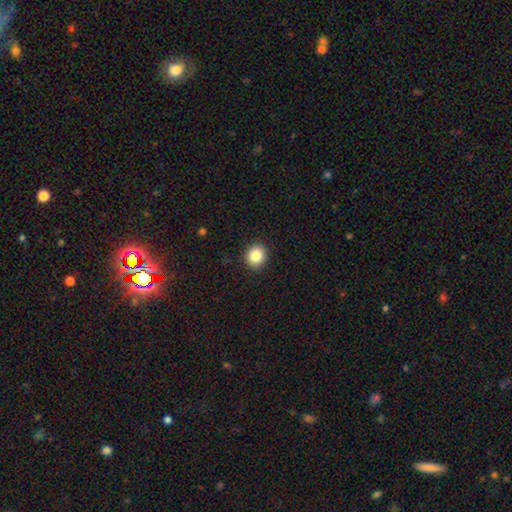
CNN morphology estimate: This appears to be a smooth galaxy with no disk features (86%) that is round (85%). Merging: none (91%).